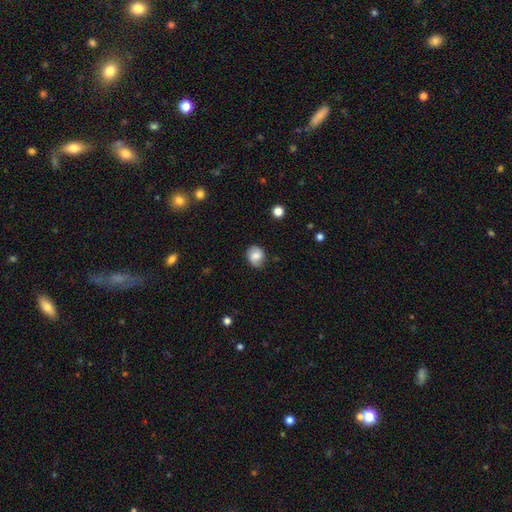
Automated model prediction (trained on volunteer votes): Q: Smooth or featured?
A: smooth (65%); runner-up: featured or disk (26%)
Q: How rounded?
A: round (67%); runner-up: in between (33%)
Q: Merging?
A: none (72%); runner-up: minor disturbance (22%)